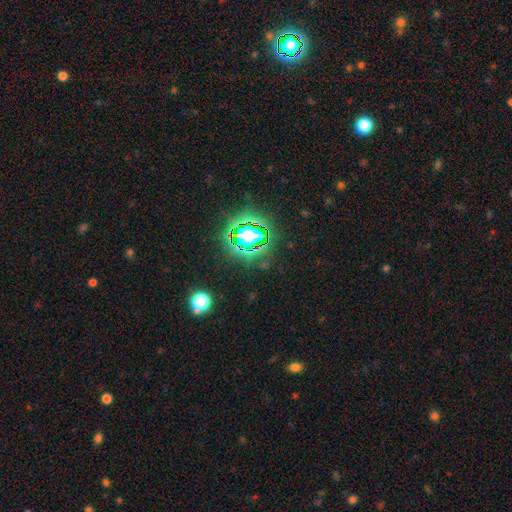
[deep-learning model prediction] Morphology: type=star or artifact (79%).